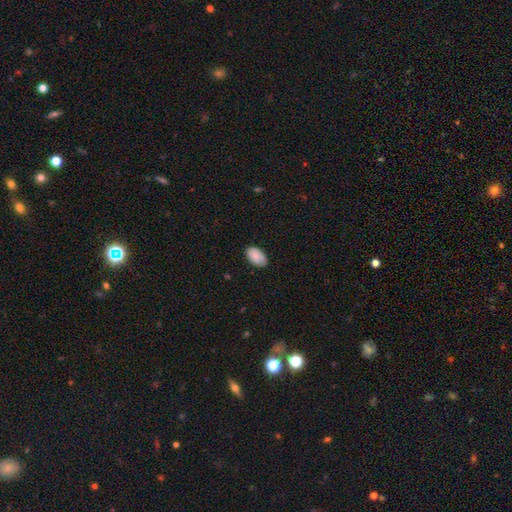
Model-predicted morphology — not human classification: Smooth or featured?
  - smooth: 88% *
  - star or artifact: 7%
  - featured or disk: 5%
How rounded?
  - in between: 94% *
  - round: 5%
  - cigar-shaped: 1%
Merging?
  - none: 81% *
  - minor disturbance: 15%
  - major disturbance: 2%
  - merger: 1%